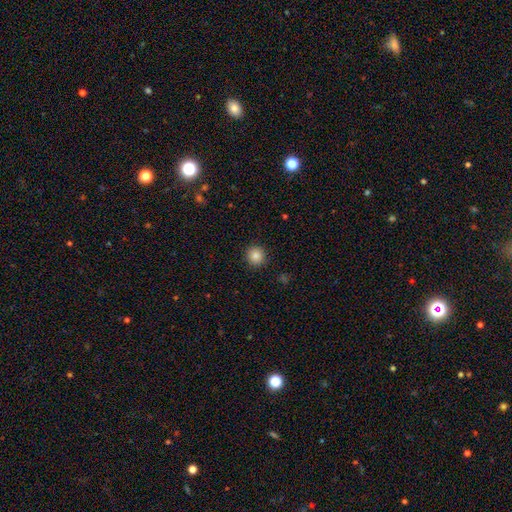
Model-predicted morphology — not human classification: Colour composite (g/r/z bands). It shows a smooth galaxy with no disk features (86%) that is round (94%). Merging: none (92%).